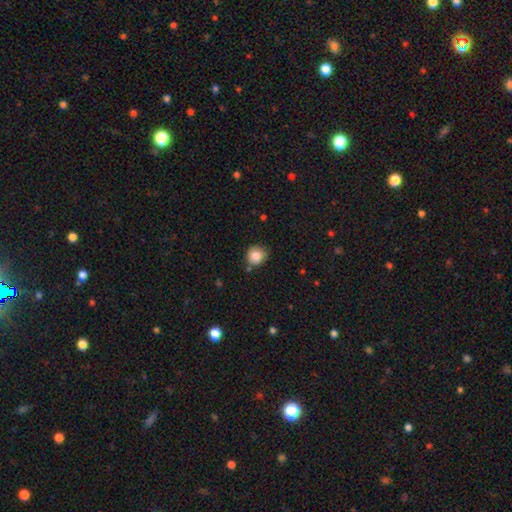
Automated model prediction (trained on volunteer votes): A smooth galaxy with no disk features (83%) that is round (90%). Merging: none (78%).